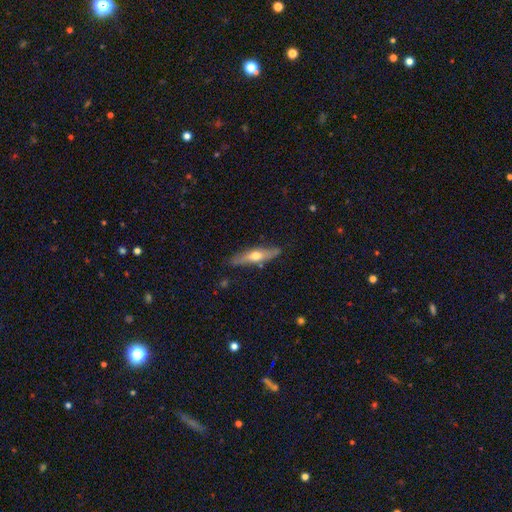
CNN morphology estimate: This appears to be a featured or disk galaxy (52%) viewed edge-on (84%). Merging: none (82%).